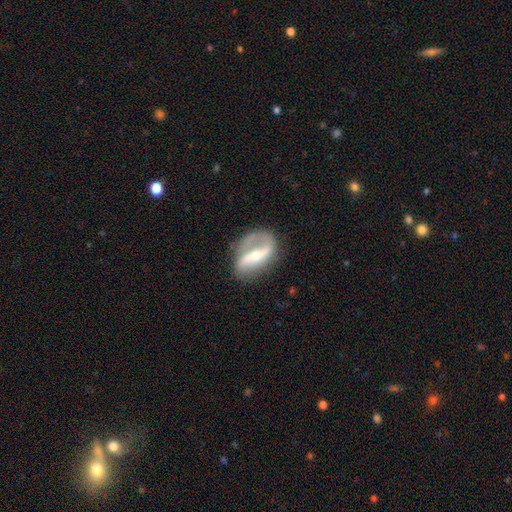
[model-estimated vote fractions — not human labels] Smooth or featured?
  - featured or disk: 79% *
  - smooth: 15%
  - star or artifact: 6%
Edge-on disk?
  - no: 92% *
  - yes: 8%
Bar?
  - strong: 53% *
  - weak: 26%
  - no: 21%
Spiral arms?
  - yes: 82% *
  - no: 18%
Spiral winding?
  - loose: 53% *
  - medium: 33%
  - tight: 14%
Spiral arm count?
  - 2: 74% *
  - 1: 18%
  - can't tell: 6%
  - 3: 1%
  - 4: 1%
  - more than 4: 1%
Bulge size?
  - moderate: 48% *
  - small: 46%
  - large: 3%
  - none: 2%
  - dominant: 1%
Merging?
  - none: 63% *
  - minor disturbance: 21%
  - major disturbance: 14%
  - merger: 3%